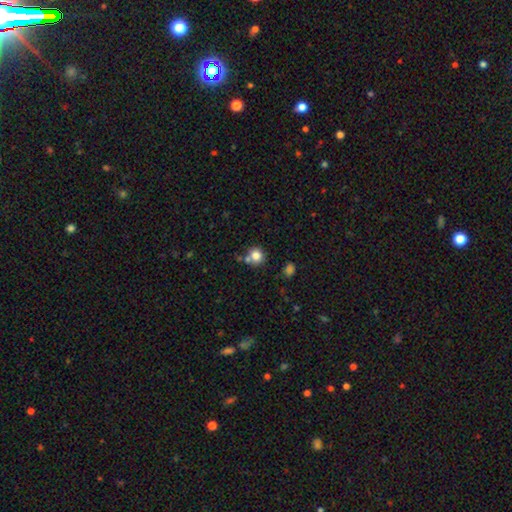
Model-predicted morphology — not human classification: smooth-or-featured: smooth: 81% | star or artifact: 11% | featured or disk: 8%
  how-rounded: round: 89% | in between: 10% | cigar-shaped: 1%
  merging: none: 68% | merger: 18% | minor disturbance: 10% | major disturbance: 3%